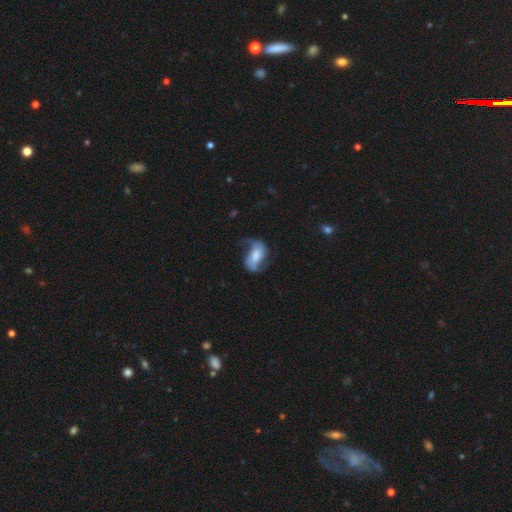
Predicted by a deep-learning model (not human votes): Morphology: type=featured or disk (71%); edge-on=no (97%); bar=weak (40%); spiral arms=yes (91%); winding=loose (61%); arm count=2 (87%); bulge=large (27%, tied with moderate); merging=none (53%).